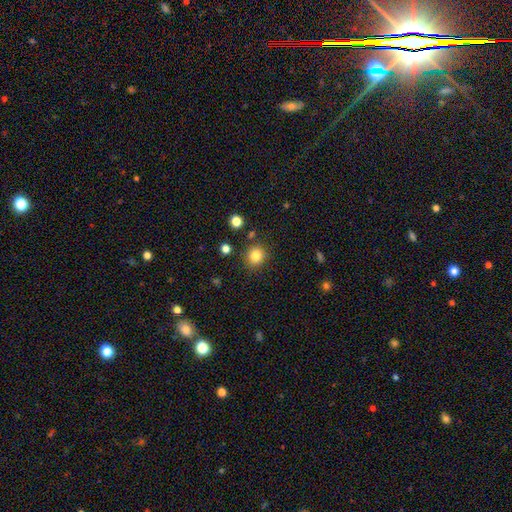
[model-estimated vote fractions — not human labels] smooth_or_featured: smooth (p=0.82) [alt: star or artifact p=0.12]
how_rounded: round (p=0.89) [alt: in between p=0.10]
merging: none (p=0.87) [alt: minor disturbance p=0.08]